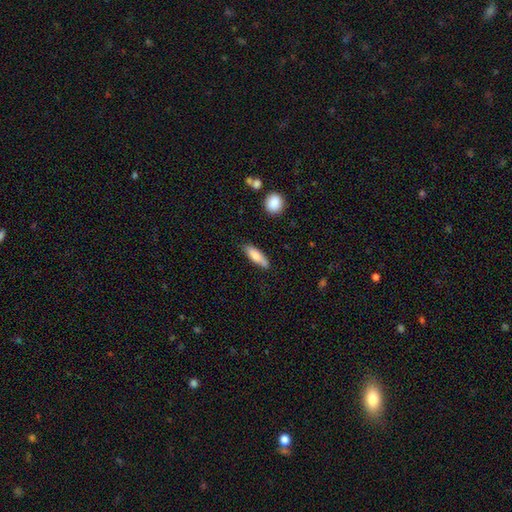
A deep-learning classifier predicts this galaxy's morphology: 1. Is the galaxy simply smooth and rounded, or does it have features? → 79% smooth, 15% featured or disk, 6% star or artifact.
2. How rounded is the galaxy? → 52% cigar-shaped, 46% in between, 2% round.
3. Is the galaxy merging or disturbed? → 72% none, 20% minor disturbance, 4% merger, 4% major disturbance.